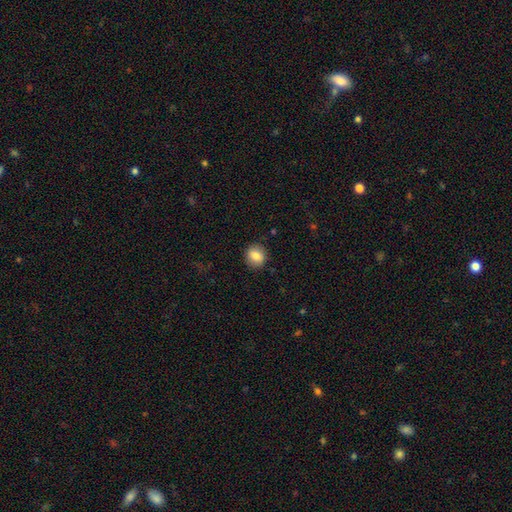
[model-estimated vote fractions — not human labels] This appears to be a smooth galaxy with no disk features (84%) that is round (79%). Merging: none (88%).